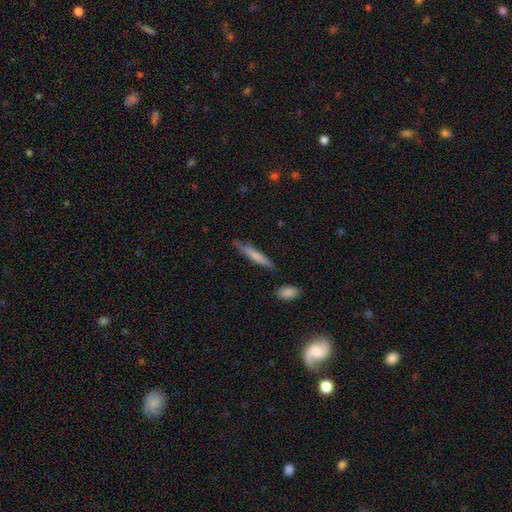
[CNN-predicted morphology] smooth 70%, featured or disk 24%, star or artifact 6%. Down the decision tree: how rounded — cigar-shaped (91%); merging — none (75%).